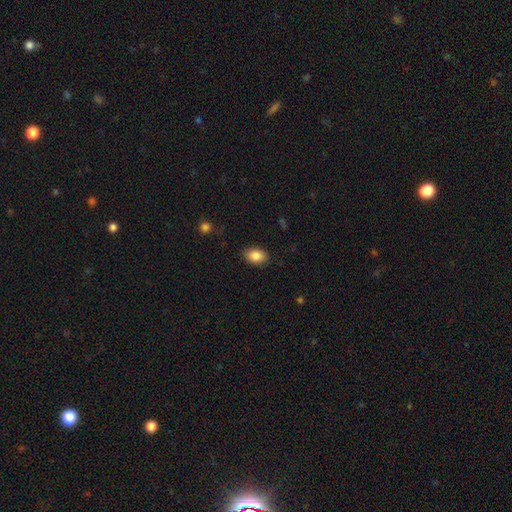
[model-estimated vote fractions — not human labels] Smooth or featured?
  - smooth: 87% *
  - star or artifact: 8%
  - featured or disk: 6%
How rounded?
  - in between: 84% *
  - round: 15%
  - cigar-shaped: 1%
Merging?
  - none: 86% *
  - minor disturbance: 10%
  - major disturbance: 3%
  - merger: 1%